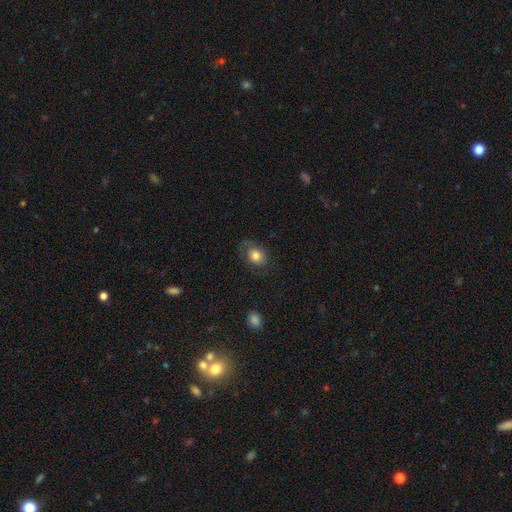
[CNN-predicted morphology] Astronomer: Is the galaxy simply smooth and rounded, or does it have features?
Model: smooth — 75%.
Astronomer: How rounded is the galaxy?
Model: in between — 59% (runner-up: round, 40%).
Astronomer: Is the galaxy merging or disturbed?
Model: none — 71%.